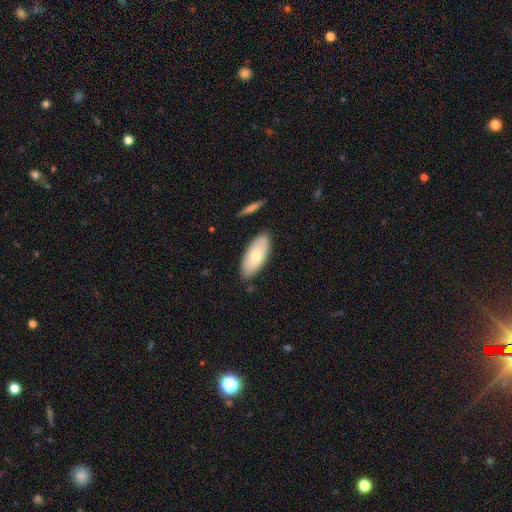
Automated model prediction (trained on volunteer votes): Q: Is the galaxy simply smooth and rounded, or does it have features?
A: smooth — 69%.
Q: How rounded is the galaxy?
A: in between — 88%.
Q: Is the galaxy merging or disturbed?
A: none — 81%.